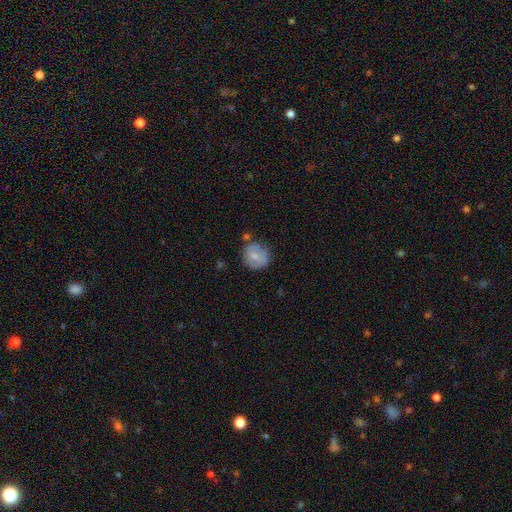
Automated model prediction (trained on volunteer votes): smooth_or_featured: smooth (p=0.63) [alt: featured or disk p=0.30]
how_rounded: round (p=0.83) [alt: in between p=0.16]
merging: none (p=0.64) [alt: minor disturbance p=0.23]